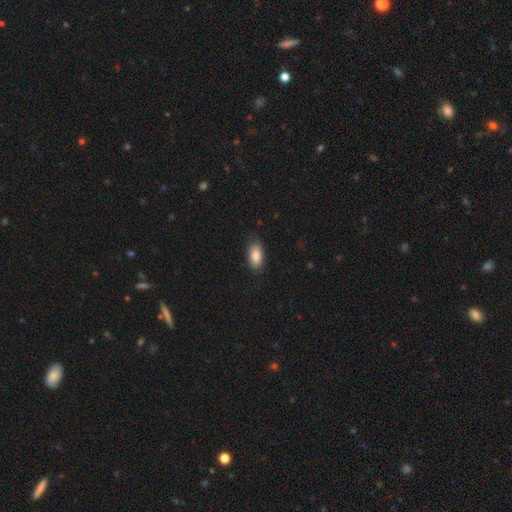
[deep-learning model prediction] Overall: smooth (84%). How rounded: in between (91%). Merging: none (80%).